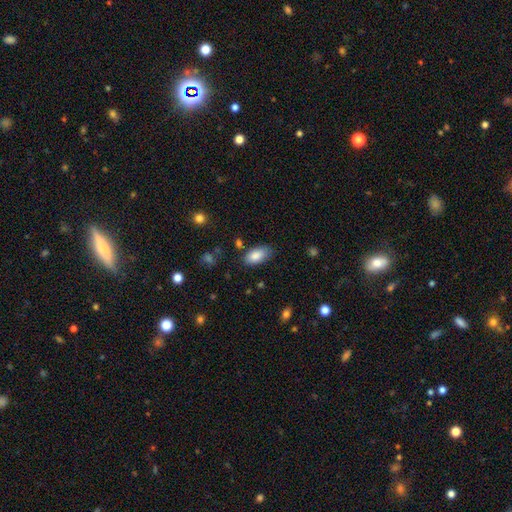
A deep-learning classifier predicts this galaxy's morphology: Smooth or featured? Predicted: smooth (p=0.86). How rounded? Predicted: in between (p=0.93). Merging? Predicted: none (p=0.78).